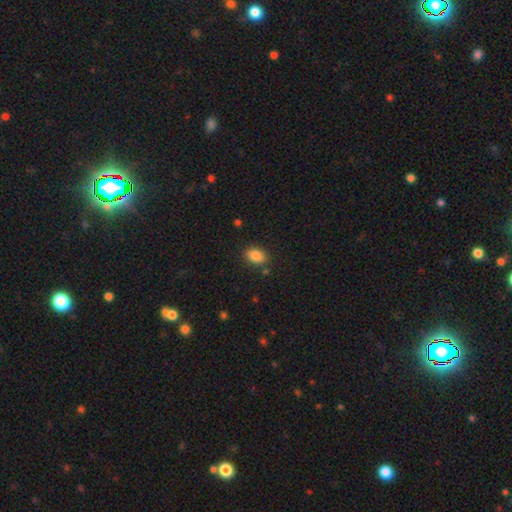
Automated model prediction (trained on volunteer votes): smooth 86%, star or artifact 9%, featured or disk 5%. Down the decision tree: how rounded — in between (82%); merging — none (84%).